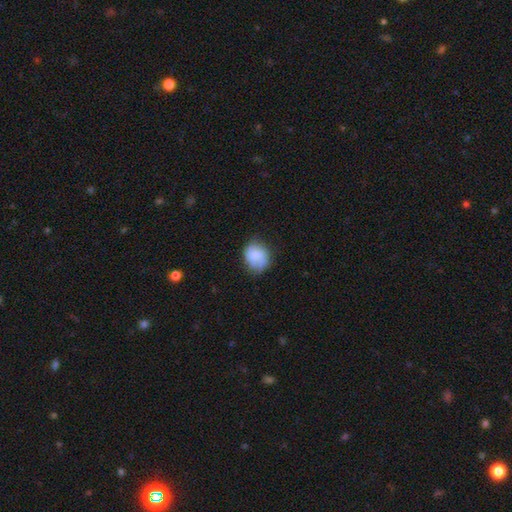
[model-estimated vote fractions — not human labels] smooth_or_featured: smooth (p=0.67) [alt: featured or disk p=0.26]
how_rounded: round (p=0.60) [alt: in between p=0.39]
merging: none (p=0.59) [alt: minor disturbance p=0.29]